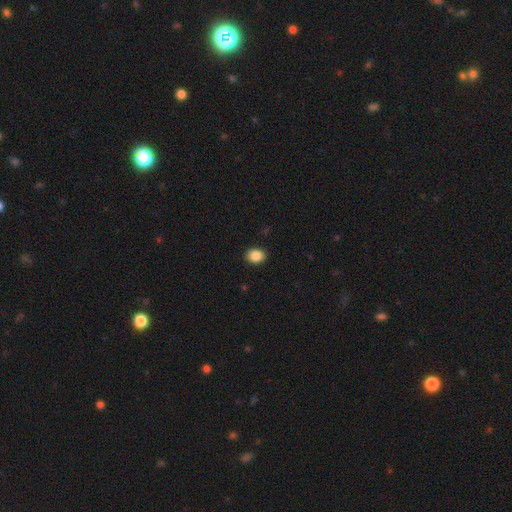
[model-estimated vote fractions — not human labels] Morphology: type=smooth (88%); roundness=in between (68%); merging=none (91%).